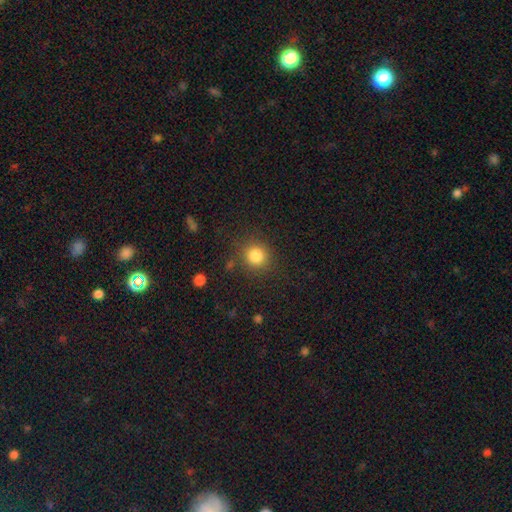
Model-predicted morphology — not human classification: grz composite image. It shows a smooth galaxy with no disk features (83%) that is round (89%). Merging: none (84%).